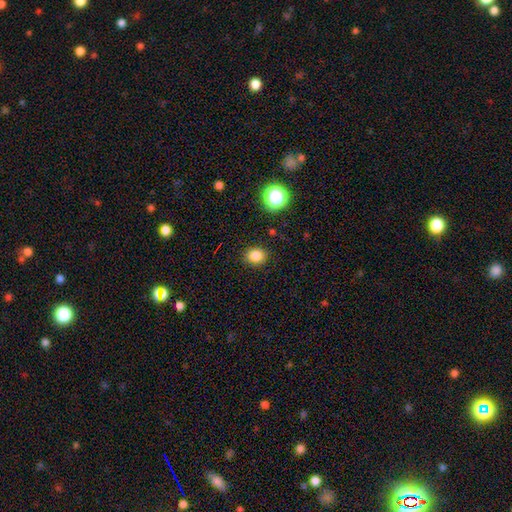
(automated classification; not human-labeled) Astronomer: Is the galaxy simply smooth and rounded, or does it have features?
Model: smooth — 83%.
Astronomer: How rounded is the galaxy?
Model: round — 69%.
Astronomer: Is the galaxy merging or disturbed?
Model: none — 88%.